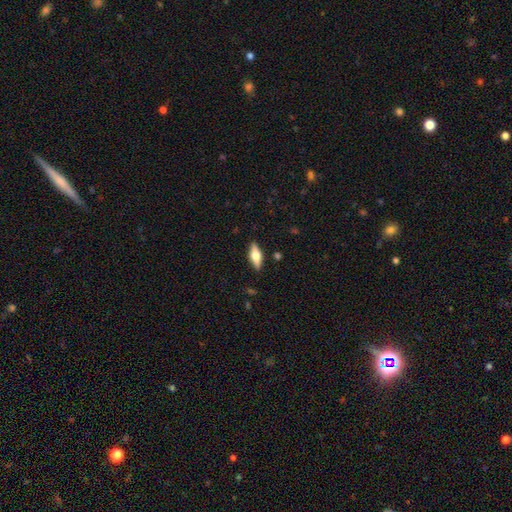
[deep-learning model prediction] Smooth or featured?
  - smooth: 50% *
  - featured or disk: 44%
  - star or artifact: 6%
How rounded?
  - in between: 66% *
  - cigar-shaped: 30%
  - round: 3%
Merging?
  - none: 88% *
  - minor disturbance: 9%
  - major disturbance: 2%
  - merger: 1%